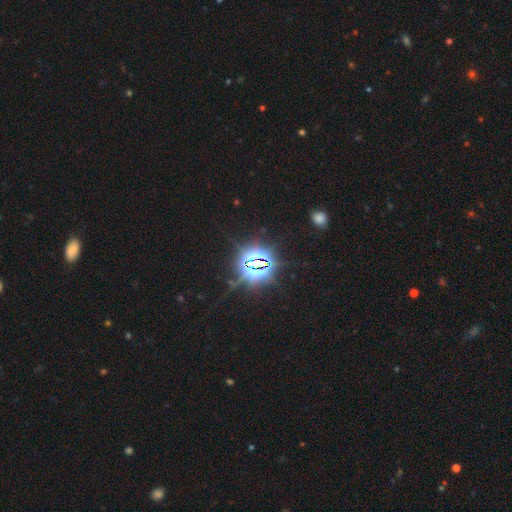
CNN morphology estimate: Q: Smooth or featured?
A: star or artifact (85%); runner-up: smooth (10%)